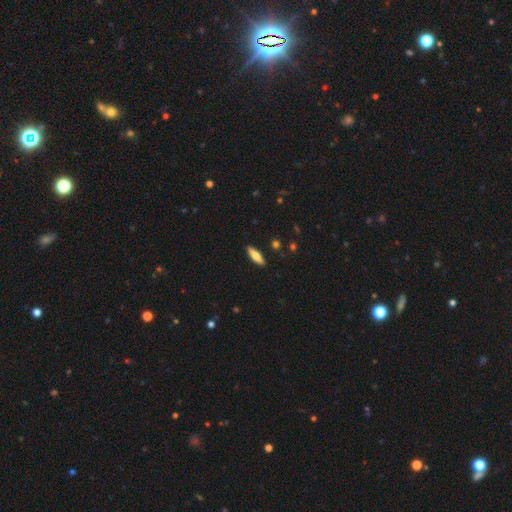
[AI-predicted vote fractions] Overall: smooth (64%; featured or disk 30%). How rounded: cigar-shaped (57%; in between 41%). Merging: none (90%).